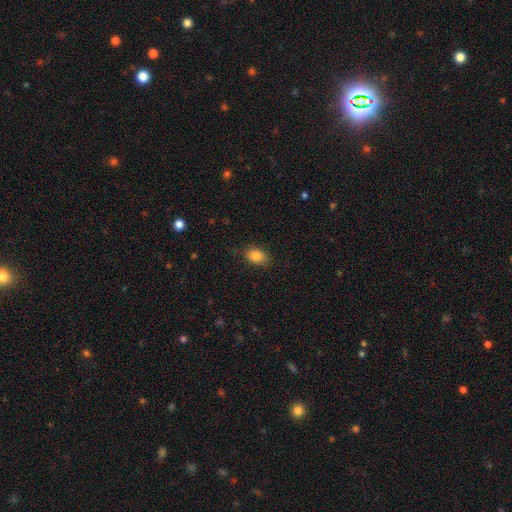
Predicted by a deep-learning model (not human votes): Smooth or featured? Predicted: smooth (p=0.85). How rounded? Predicted: in between (p=0.81). Merging? Predicted: none (p=0.82).